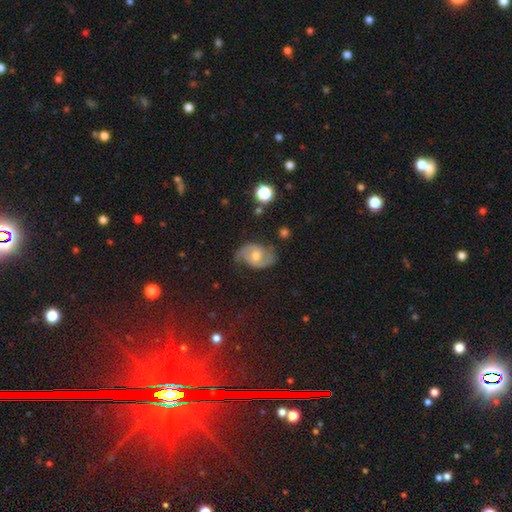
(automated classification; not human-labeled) A featured or disk galaxy (79%) with no bar (53%), 2 (91%) medium (52%) spiral arms (93%) and a moderate central bulge (70%).

Vote fractions:
- Smooth or featured? featured or disk: 79% / smooth: 13% / star or artifact: 8%
- Edge-on disk? no: 97% / yes: 3%
- Bar? no: 53% / weak: 39% / strong: 8%
- Spiral arms? yes: 93% / no: 7%
- Spiral winding? medium: 52% / loose: 25% / tight: 23%
- Spiral arm count? 2: 91% / can't tell: 4% / 1: 2% / 3: 1% / 4: 1% / more than 4: 1%
- Bulge size? moderate: 70% / small: 22% / large: 5% / none: 2% / dominant: 1%
- Merging? none: 70% / minor disturbance: 20% / major disturbance: 8% / merger: 2%